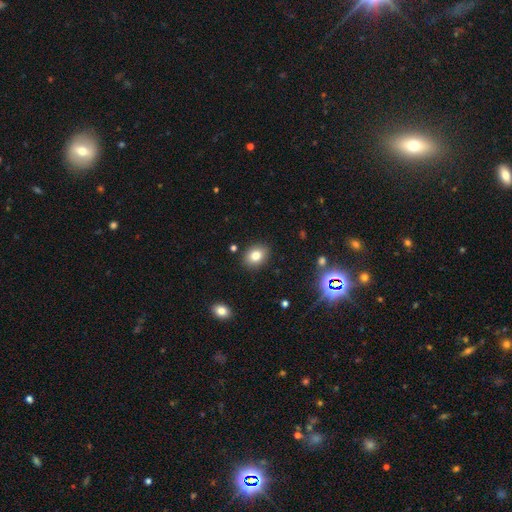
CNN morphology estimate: smooth-or-featured: smooth: 80% | star or artifact: 11% | featured or disk: 9%
  how-rounded: in between: 57% | round: 42% | cigar-shaped: 1%
  merging: none: 88% | minor disturbance: 8% | major disturbance: 2% | merger: 2%